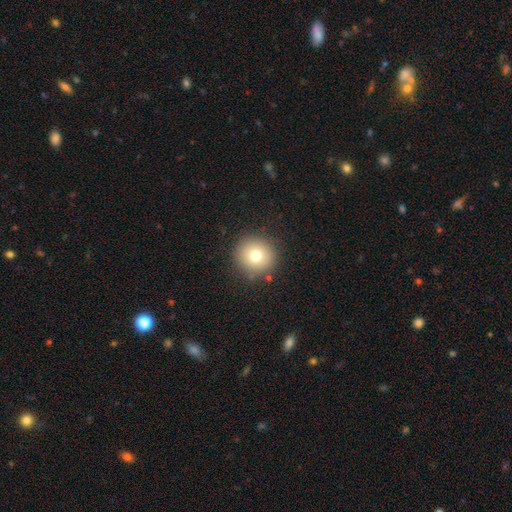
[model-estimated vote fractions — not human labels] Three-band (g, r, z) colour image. It shows a smooth galaxy with no disk features (74%) that is round (94%). Merging: none (88%).